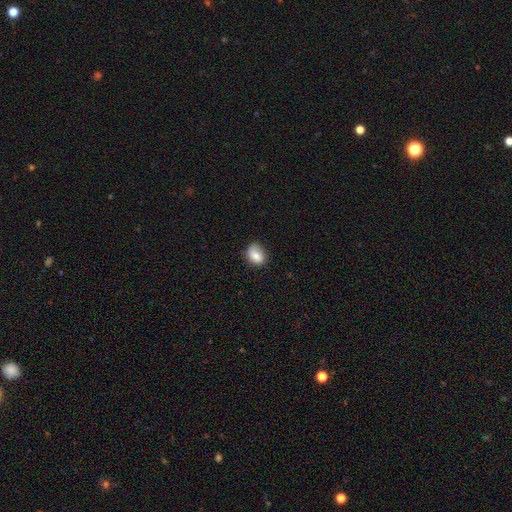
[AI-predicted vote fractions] A smooth galaxy with no disk features (80%) that is in between round and cigar-shaped (65%). Merging: none (68%).